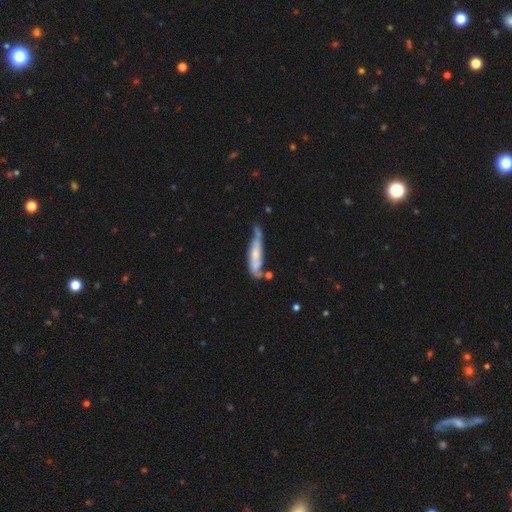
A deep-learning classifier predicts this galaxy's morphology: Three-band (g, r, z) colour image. It shows a featured or disk galaxy (53%). Merging: none (37%).